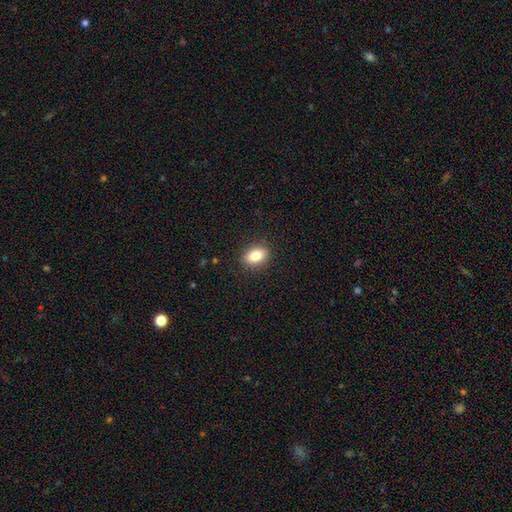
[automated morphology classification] Overall: smooth (82%). How rounded: in between (78%). Merging: none (88%).